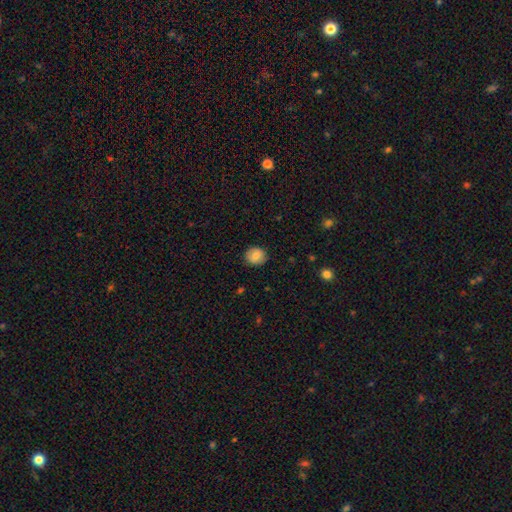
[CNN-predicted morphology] Smooth or featured: smooth — 82% (featured or disk — 9%)
How rounded: round — 80% (in between — 19%)
Merging: none — 86% (minor disturbance — 10%)